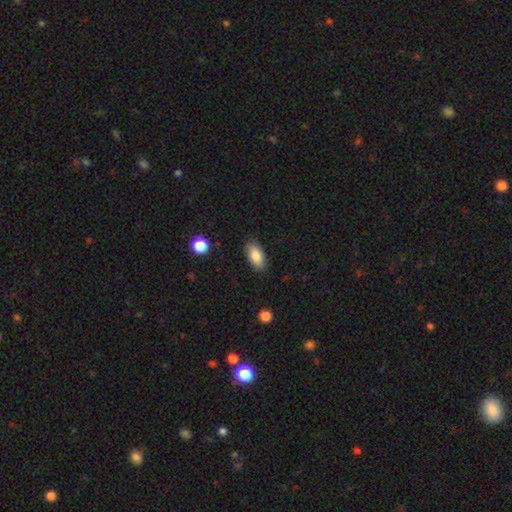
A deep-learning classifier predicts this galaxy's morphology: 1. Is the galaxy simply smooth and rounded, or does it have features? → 85% smooth, 8% featured or disk, 7% star or artifact.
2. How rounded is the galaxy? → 89% in between, 8% cigar-shaped, 3% round.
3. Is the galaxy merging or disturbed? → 87% none, 10% minor disturbance, 2% major disturbance, 1% merger.